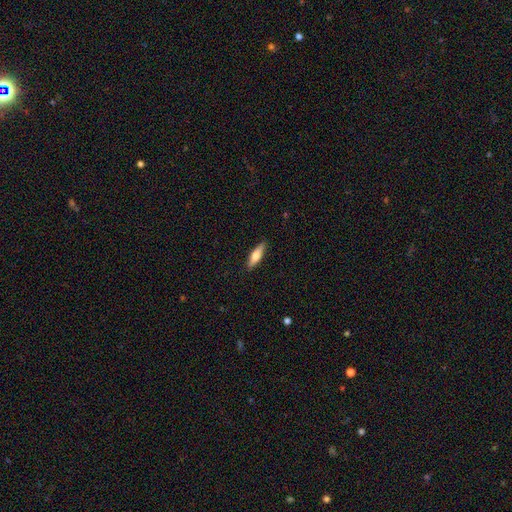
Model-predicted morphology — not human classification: Smooth or featured? Predicted: smooth (p=0.64). How rounded? Predicted: cigar-shaped (p=0.57). Merging? Predicted: none (p=0.88).